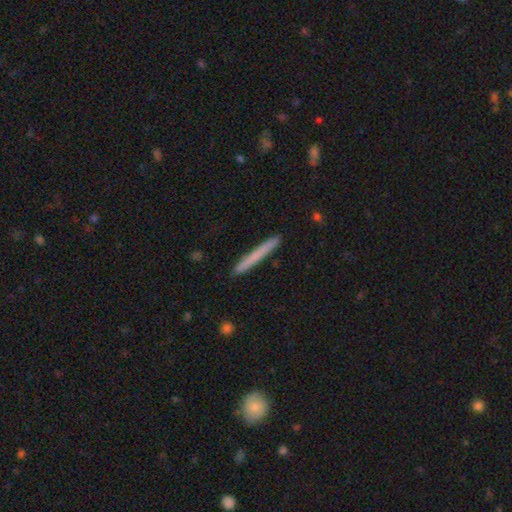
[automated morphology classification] type=smooth (67%); roundness=cigar-shaped (97%); merging=none (92%).